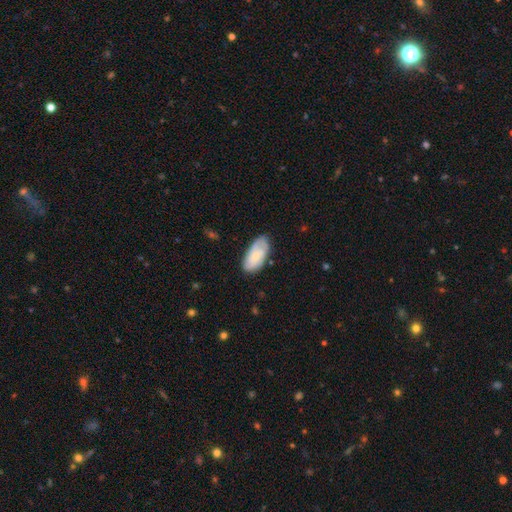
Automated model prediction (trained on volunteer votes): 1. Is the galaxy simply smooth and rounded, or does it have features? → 57% smooth, 37% featured or disk, 6% star or artifact.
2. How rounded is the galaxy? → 92% in between, 5% cigar-shaped, 3% round.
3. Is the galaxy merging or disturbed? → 69% none, 24% minor disturbance, 5% major disturbance, 2% merger.